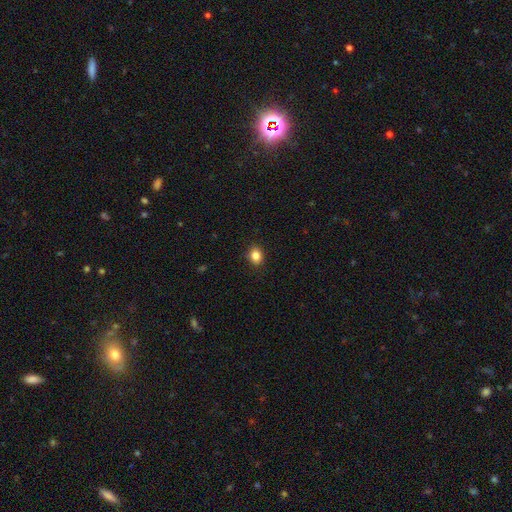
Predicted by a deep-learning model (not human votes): This is clearly a smooth galaxy (84%). How rounded: possibly round (54%). Merging: clearly none (90%).